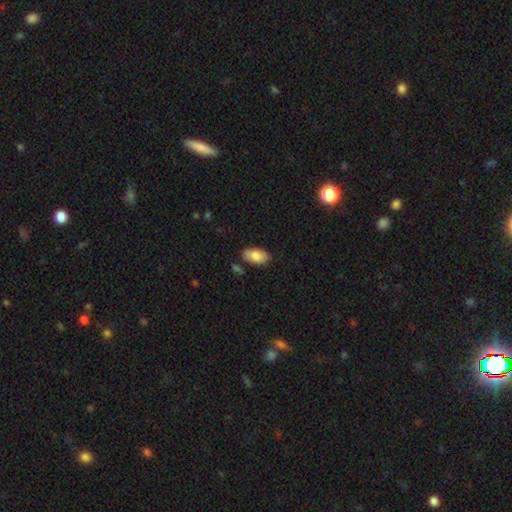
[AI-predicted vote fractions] smooth 84%, featured or disk 10%, star or artifact 7%. Down the decision tree: how rounded — in between (94%); merging — none (83%).